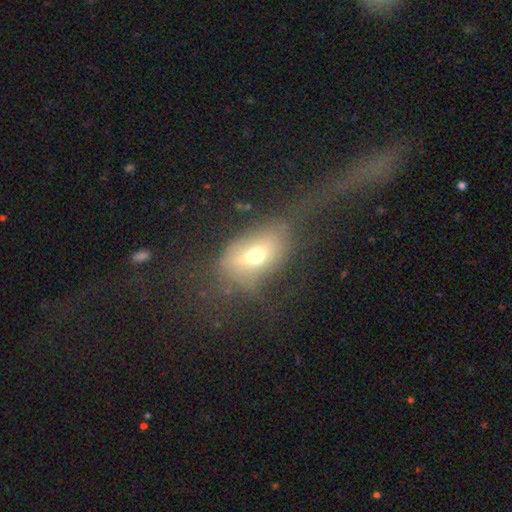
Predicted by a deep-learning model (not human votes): Smooth or featured?
  - smooth: 59% *
  - featured or disk: 28%
  - star or artifact: 13%
How rounded?
  - in between: 77% *
  - round: 20%
  - cigar-shaped: 3%
Merging?
  - major disturbance: 41% *
  - none: 31%
  - minor disturbance: 20%
  - merger: 8%